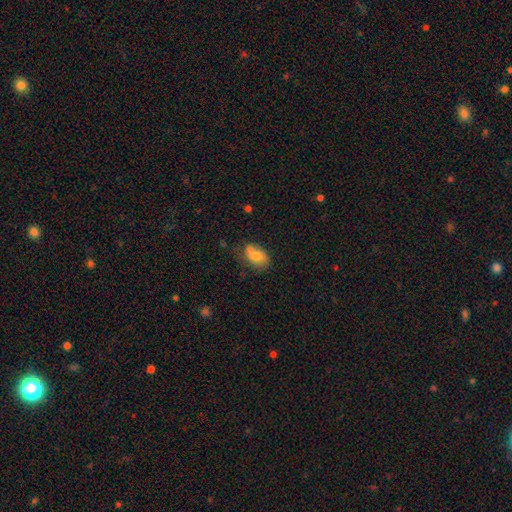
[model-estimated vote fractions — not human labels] Smooth or featured? Predicted: smooth (p=0.72). How rounded? Predicted: in between (p=0.80). Merging? Predicted: none (p=0.50).